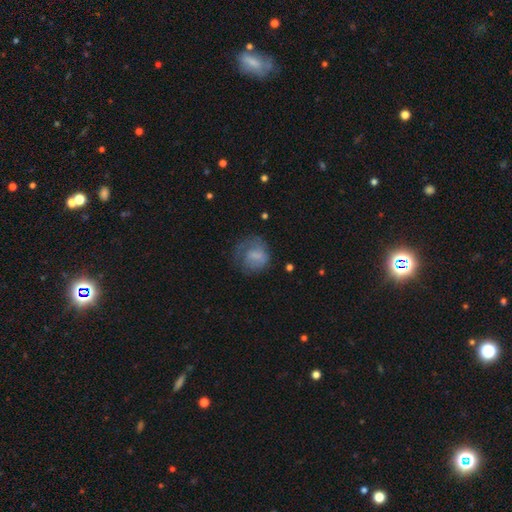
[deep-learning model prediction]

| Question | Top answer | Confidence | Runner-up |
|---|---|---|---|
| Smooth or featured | smooth | 56% | featured or disk (35%) |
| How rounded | round | 75% | in between (24%) |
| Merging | none | 48% | major disturbance (27%) |